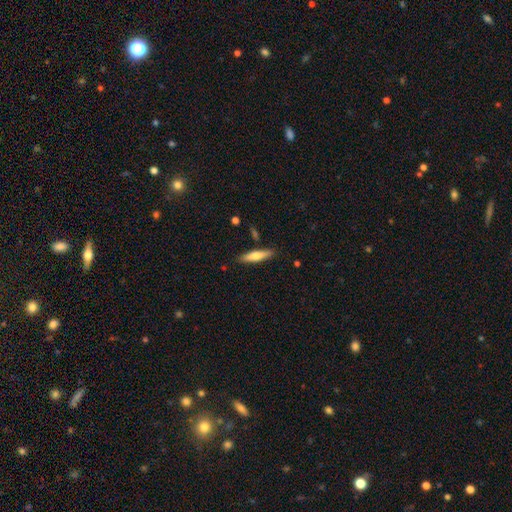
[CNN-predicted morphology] smooth 65%, featured or disk 29%, star or artifact 6%. Down the decision tree: how rounded — cigar-shaped (78%); merging — none (86%).